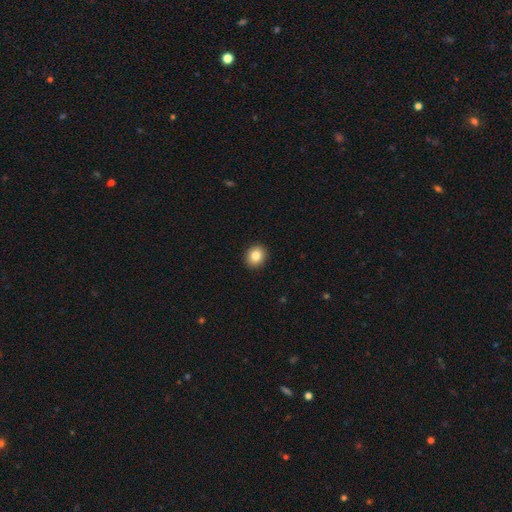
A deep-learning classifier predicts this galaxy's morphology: This appears to be a smooth galaxy with no disk features (84%) that is round (73%). Merging: none (92%).